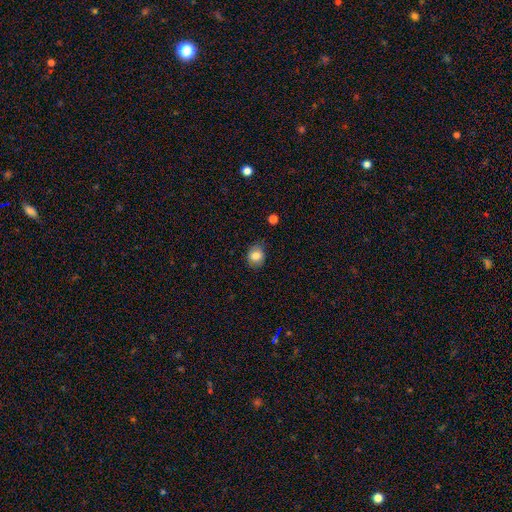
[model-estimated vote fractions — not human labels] Smooth or featured: smooth — 83% (star or artifact — 9%)
How rounded: round — 66% (in between — 33%)
Merging: none — 76% (minor disturbance — 19%)